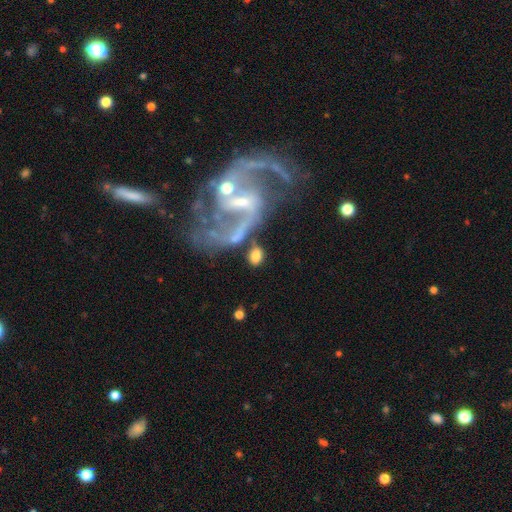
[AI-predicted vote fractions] Morphology: type=smooth (63%); roundness=in between (74%); merging=none (46%).